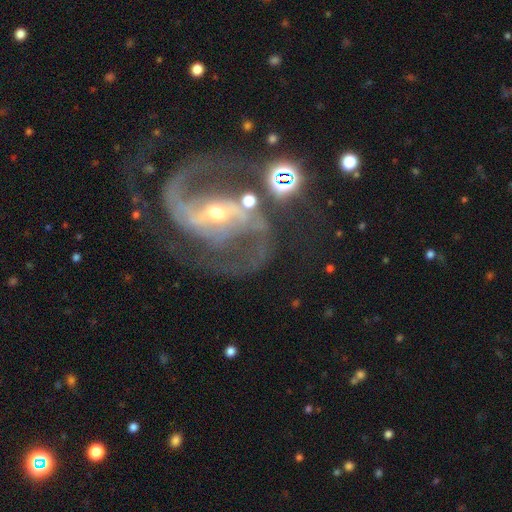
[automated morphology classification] This is clearly a featured or disk galaxy (92%). It is clearly not viewed edge-on (98%). Bar: possibly strong (53%). Spiral arm pattern: clearly yes (98%). Spiral arm count: clearly 2 (92%). Spiral winding: likely medium (62%). Central bulge: likely small (65%). Merging: likely none (68%).